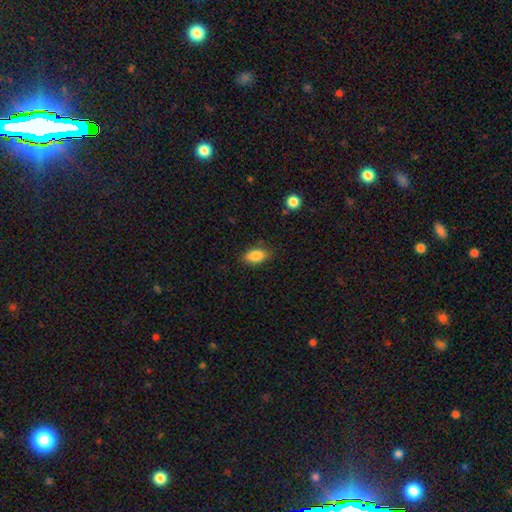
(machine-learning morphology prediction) This is clearly a smooth galaxy (86%). How rounded: clearly in between (90%). Merging: clearly none (84%).